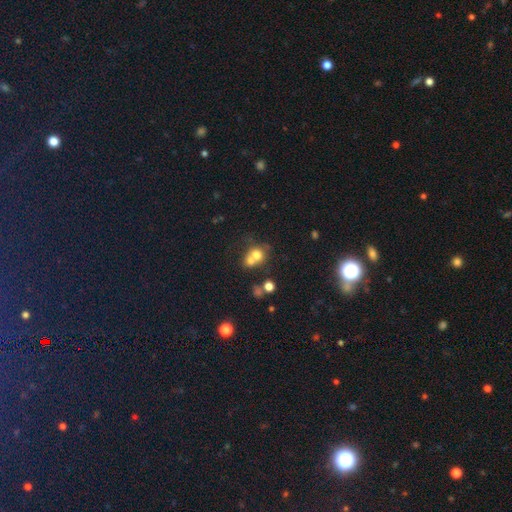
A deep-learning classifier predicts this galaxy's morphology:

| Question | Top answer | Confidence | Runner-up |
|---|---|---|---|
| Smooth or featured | smooth | 68% | featured or disk (18%) |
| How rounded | round | 76% | in between (23%) |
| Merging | merger | 57% | none (31%) |